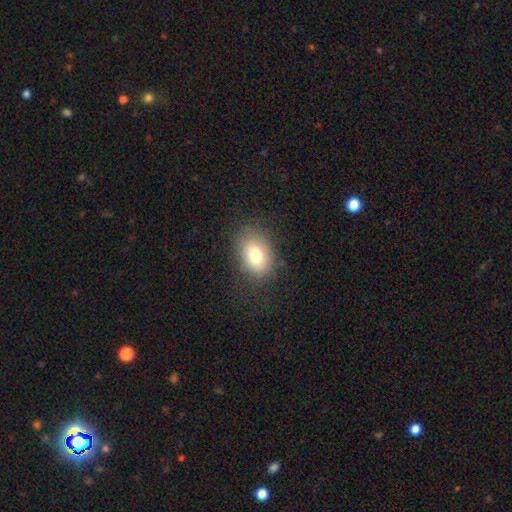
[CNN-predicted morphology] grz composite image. It shows a smooth galaxy with no disk features (76%) that is in between round and cigar-shaped (75%). Merging: none (80%).